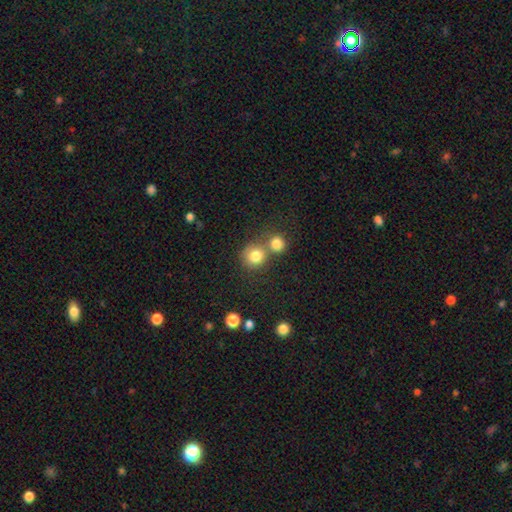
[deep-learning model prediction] Smooth or featured?
  - smooth: 81% *
  - star or artifact: 11%
  - featured or disk: 8%
How rounded?
  - round: 87% *
  - in between: 12%
  - cigar-shaped: 1%
Merging?
  - none: 49% *
  - merger: 39%
  - minor disturbance: 8%
  - major disturbance: 4%